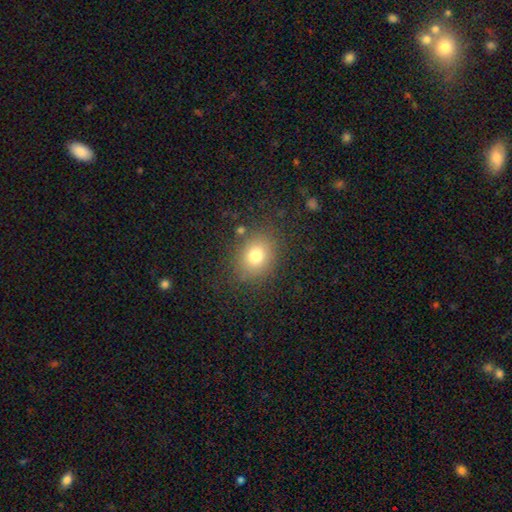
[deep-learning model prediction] A smooth galaxy with no disk features (76%) that is round (57%). Merging: none (81%).